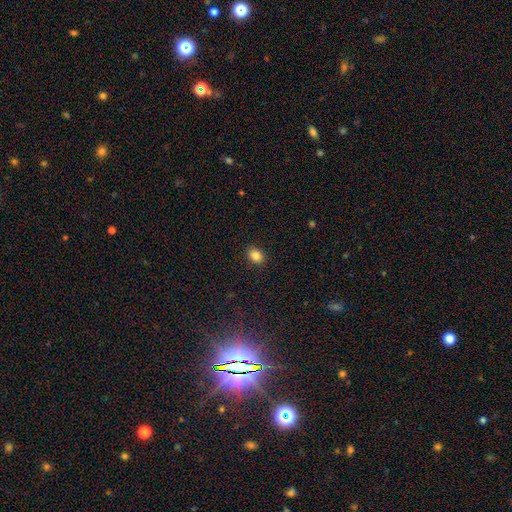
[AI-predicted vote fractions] Smooth or featured: smooth — 85% (star or artifact — 10%)
How rounded: in between — 58% (round — 41%)
Merging: none — 90% (minor disturbance — 7%)